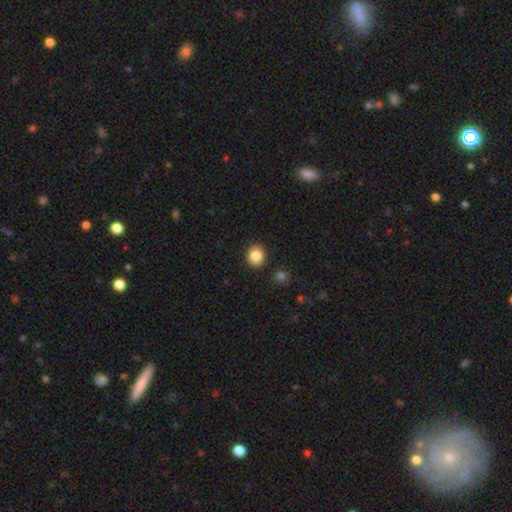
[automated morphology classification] smooth_or_featured: smooth (p=0.85) [alt: star or artifact p=0.09]
how_rounded: round (p=0.67) [alt: in between p=0.32]
merging: none (p=0.90) [alt: minor disturbance p=0.06]